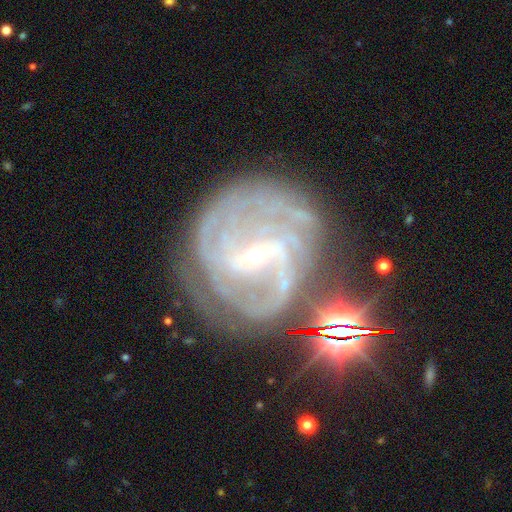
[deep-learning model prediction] This appears to be a featured or disk galaxy (88%) with a weak bar (42%), 2 (28%) tight (53%) spiral arms (97%) and a small central bulge (80%). Merging: none (65%).